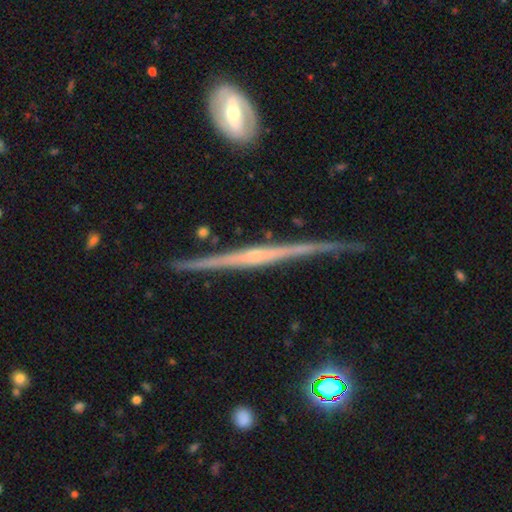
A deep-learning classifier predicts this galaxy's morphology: type=featured or disk (85%); edge-on=yes (98%); edge-on bulge=rounded (47%); merging=none (84%).